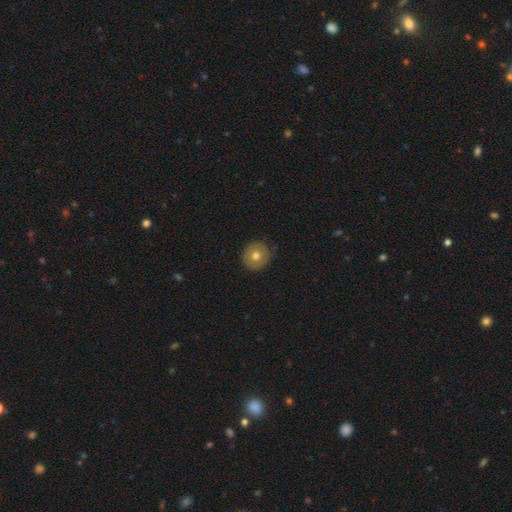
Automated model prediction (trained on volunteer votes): smooth 68%, featured or disk 24%, star or artifact 8%. Down the decision tree: how rounded — round (92%); merging — none (87%).